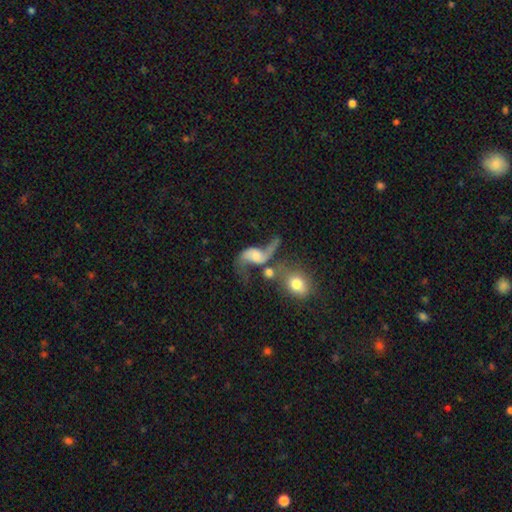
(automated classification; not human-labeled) Smooth or featured? Predicted: featured or disk (p=0.77). Edge-on disk? Predicted: no (p=0.96). Bar? Predicted: no (p=0.56). Spiral arms? Predicted: yes (p=0.91). Spiral winding? Predicted: loose (p=0.86). Spiral arm count? Predicted: 2 (p=0.85). Bulge size? Predicted: moderate (p=0.41). Merging? Predicted: merger (p=0.39).